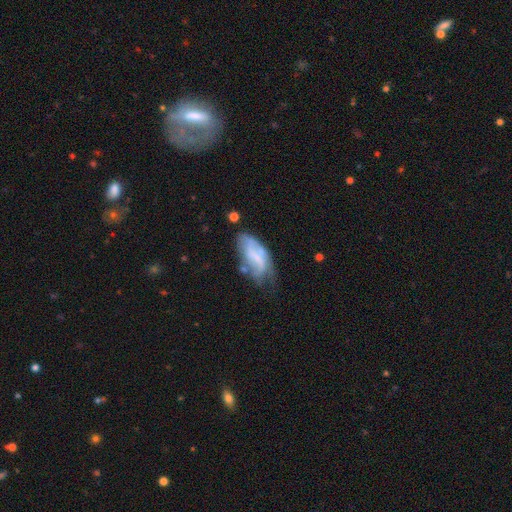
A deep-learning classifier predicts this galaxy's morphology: A featured or disk galaxy (55%) with no bar (43%), spiral arms (62%) and no central bulge (43%).

Vote fractions:
- Smooth or featured? featured or disk: 55% / smooth: 37% / star or artifact: 8%
- Edge-on disk? no: 91% / yes: 9%
- Bar? no: 43% / weak: 38% / strong: 19%
- Spiral arms? yes: 62% / no: 38%
- Bulge size? none: 43% / small: 35% / moderate: 17% / large: 3% / dominant: 1%
- Merging? none: 39% / minor disturbance: 33% / major disturbance: 22% / merger: 6%